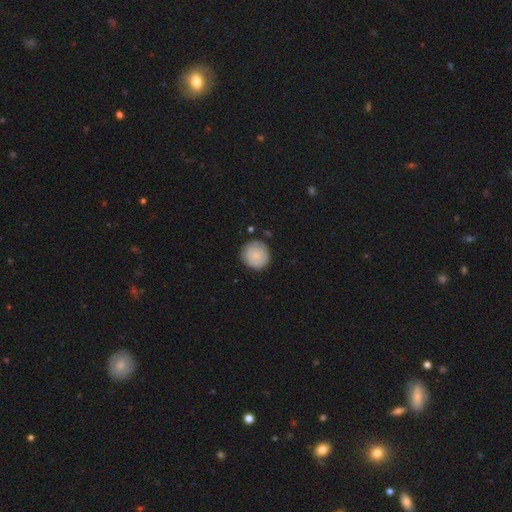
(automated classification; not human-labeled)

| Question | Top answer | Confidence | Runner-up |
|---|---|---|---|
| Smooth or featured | smooth | 79% | featured or disk (14%) |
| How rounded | round | 94% | in between (5%) |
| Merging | none | 83% | minor disturbance (12%) |